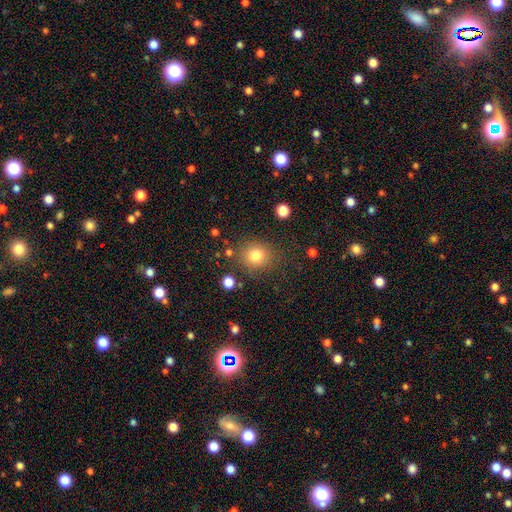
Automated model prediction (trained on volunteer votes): Morphology: type=smooth (80%); roundness=round (83%); merging=none (81%).